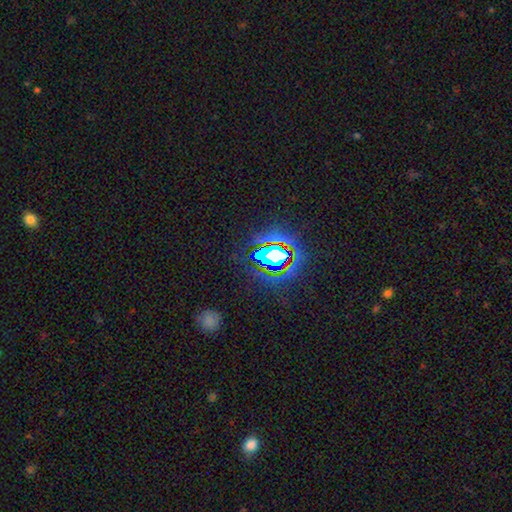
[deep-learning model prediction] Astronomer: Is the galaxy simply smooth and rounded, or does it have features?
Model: star or artifact — 75%.